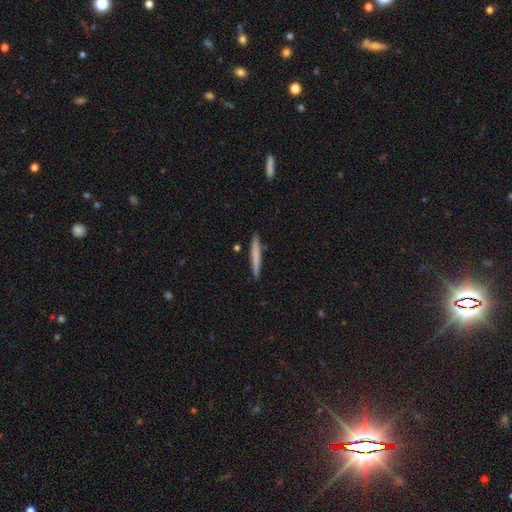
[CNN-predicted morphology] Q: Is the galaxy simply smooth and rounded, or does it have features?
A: smooth — 68%.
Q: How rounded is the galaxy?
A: cigar-shaped — 96%.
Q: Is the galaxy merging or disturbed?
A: none — 90%.